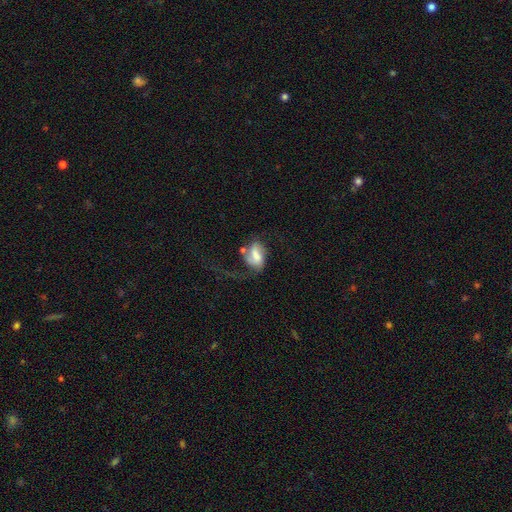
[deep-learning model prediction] A smooth galaxy with no disk features (50%). Merging: major disturbance (38%).